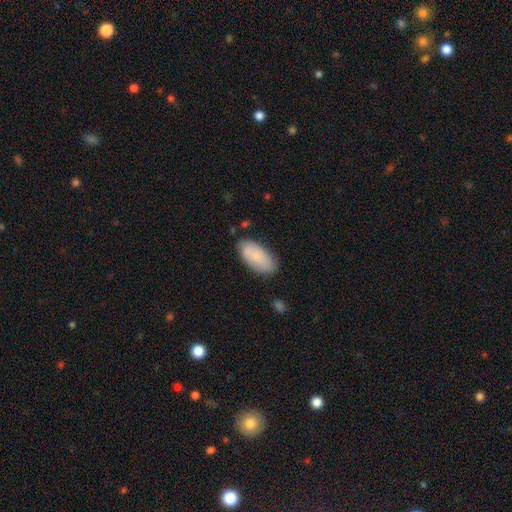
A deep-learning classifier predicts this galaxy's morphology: The model was most divided on "merging": none: 79%, minor disturbance: 16%, major disturbance: 3%, merger: 2%. More confident: how rounded — in between (93%); smooth or featured — smooth (80%).